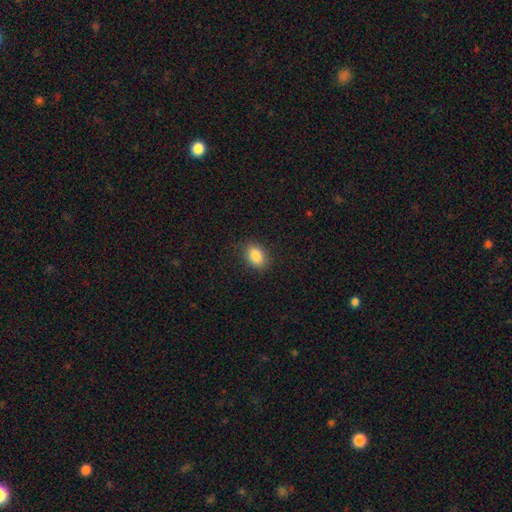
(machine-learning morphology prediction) The model was most divided on "how rounded": in between: 76%, round: 23%, cigar-shaped: 1%. More confident: smooth or featured — smooth (87%); merging — none (85%).